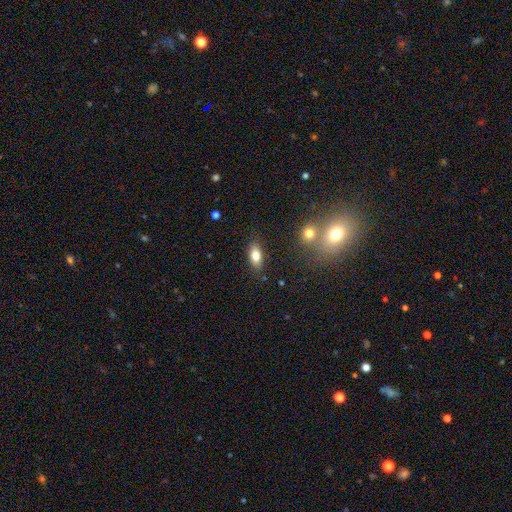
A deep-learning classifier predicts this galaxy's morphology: This appears to be a smooth galaxy with no disk features (79%) that is in between round and cigar-shaped (87%). Merging: none (85%).